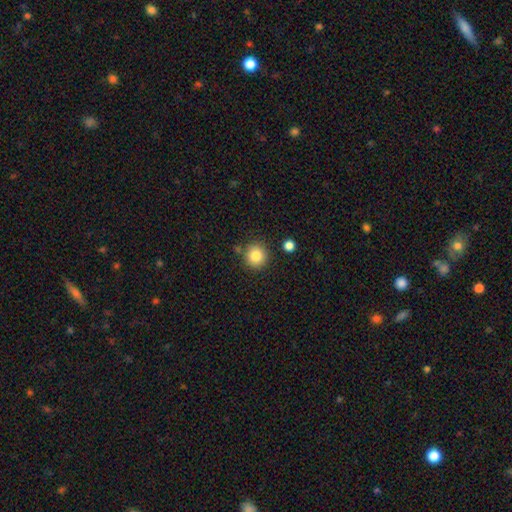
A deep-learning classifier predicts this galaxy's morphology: This is clearly a smooth galaxy (84%). How rounded: clearly round (92%). Merging: clearly none (84%).